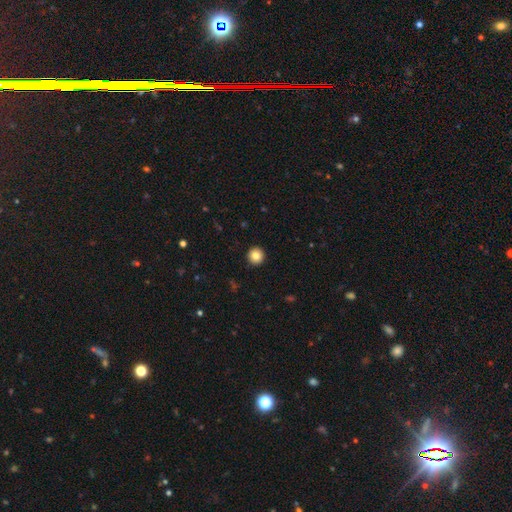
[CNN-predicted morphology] This is clearly a smooth galaxy (84%). How rounded: clearly round (96%). Merging: clearly none (93%).